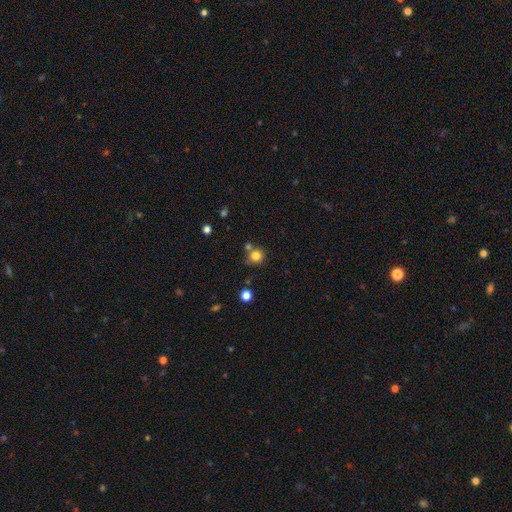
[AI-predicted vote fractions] Smooth or featured? Predicted: smooth (p=0.80). How rounded? Predicted: round (p=0.90). Merging? Predicted: none (p=0.65).